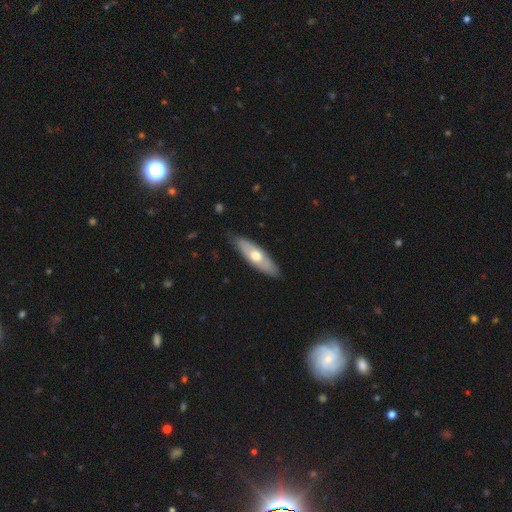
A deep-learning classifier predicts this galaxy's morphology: smooth 52%, featured or disk 43%, star or artifact 5%. Down the decision tree: how rounded — in between (50%); merging — none (83%).